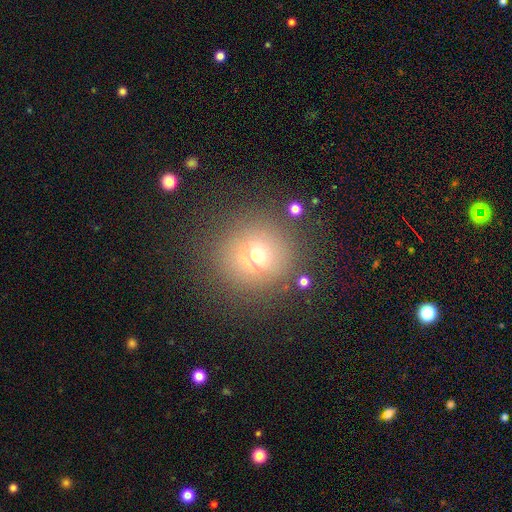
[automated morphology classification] smooth-or-featured: smooth: 66% | star or artifact: 21% | featured or disk: 13%
  how-rounded: round: 94% | in between: 5% | cigar-shaped: 1%
  merging: none: 82% | minor disturbance: 9% | major disturbance: 5% | merger: 3%